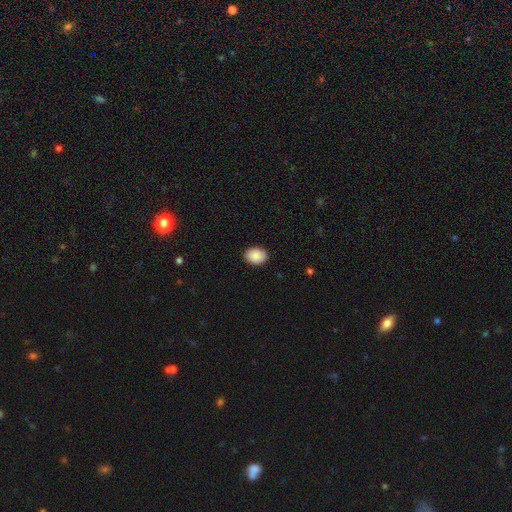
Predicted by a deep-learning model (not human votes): Smooth or featured? Predicted: smooth (p=0.90). How rounded? Predicted: in between (p=0.73). Merging? Predicted: none (p=0.90).